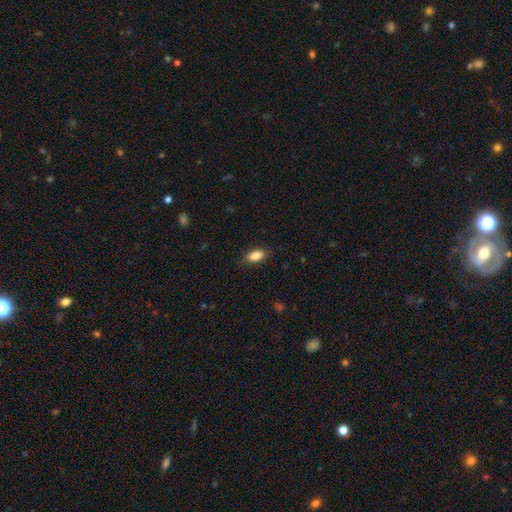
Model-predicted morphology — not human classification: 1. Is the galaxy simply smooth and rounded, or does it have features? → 87% smooth, 8% star or artifact, 6% featured or disk.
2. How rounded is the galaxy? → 90% in between, 5% round, 5% cigar-shaped.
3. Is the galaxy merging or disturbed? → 84% none, 13% minor disturbance, 3% major disturbance, 1% merger.